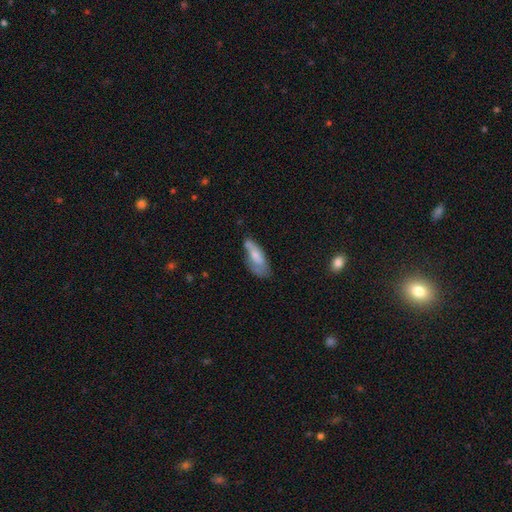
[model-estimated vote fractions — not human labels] A smooth galaxy with no disk features (64%) that is in between round and cigar-shaped (68%).

Vote fractions:
- Smooth or featured? smooth: 64% / featured or disk: 29% / star or artifact: 7%
- How rounded? in between: 68% / cigar-shaped: 30% / round: 2%
- Merging? none: 44% / minor disturbance: 33% / major disturbance: 17% / merger: 6%